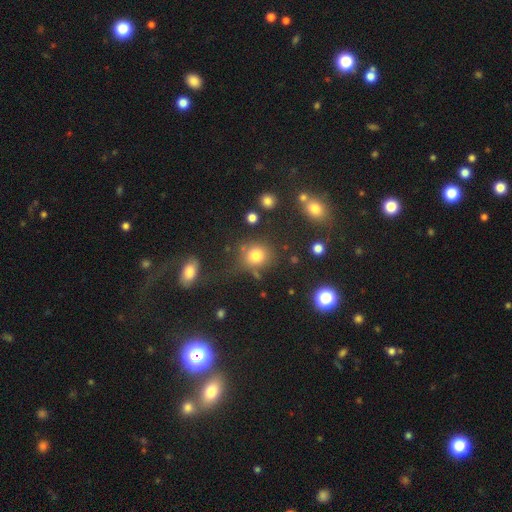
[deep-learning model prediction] Q: Smooth or featured?
A: smooth (77%); runner-up: star or artifact (15%)
Q: How rounded?
A: round (79%); runner-up: in between (20%)
Q: Merging?
A: none (73%); runner-up: minor disturbance (13%)